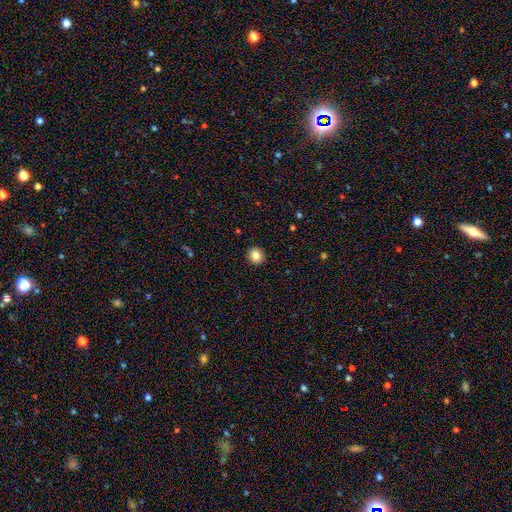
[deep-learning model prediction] Q: Smooth or featured?
A: smooth (84%); runner-up: star or artifact (10%)
Q: How rounded?
A: round (88%); runner-up: in between (11%)
Q: Merging?
A: none (92%); runner-up: minor disturbance (5%)